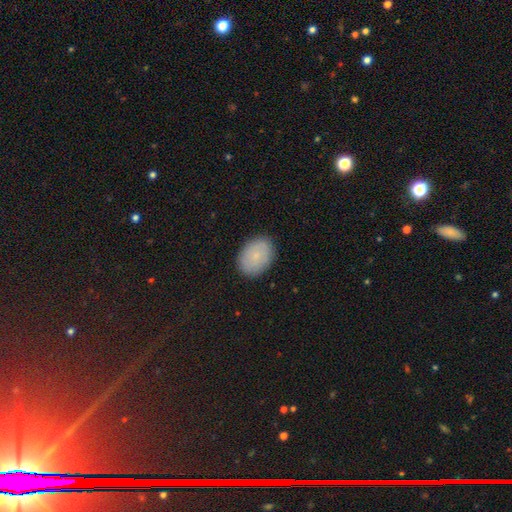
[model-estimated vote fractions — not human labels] smooth_or_featured: smooth (p=0.81) [alt: featured or disk p=0.12]
how_rounded: in between (p=0.78) [alt: round p=0.21]
merging: none (p=0.88) [alt: minor disturbance p=0.09]